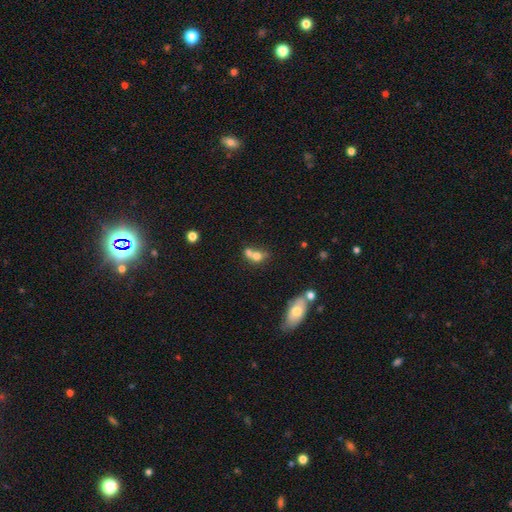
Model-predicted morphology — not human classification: Q: Smooth or featured?
A: smooth (68%); runner-up: featured or disk (20%)
Q: How rounded?
A: round (52%); runner-up: in between (45%)
Q: Merging?
A: merger (63%); runner-up: none (24%)